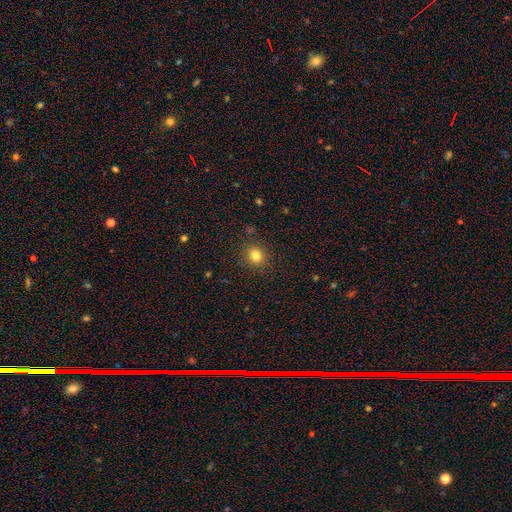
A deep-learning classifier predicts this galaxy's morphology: The model was most divided on "how rounded": round: 75%, in between: 24%, cigar-shaped: 1%. More confident: merging — none (89%); smooth or featured — smooth (81%).